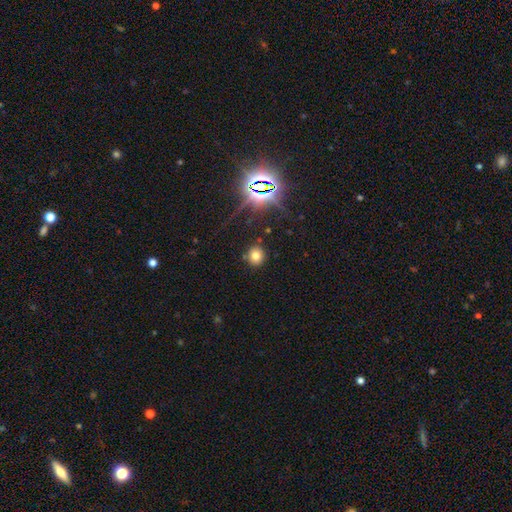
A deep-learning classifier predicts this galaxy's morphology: This is likely a smooth galaxy (70%). How rounded: clearly round (85%). Merging: clearly none (86%).